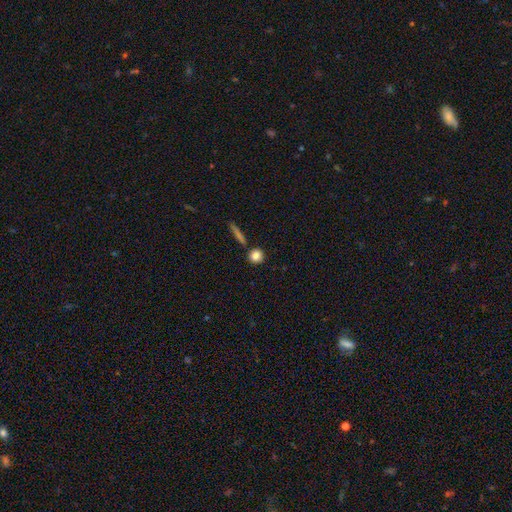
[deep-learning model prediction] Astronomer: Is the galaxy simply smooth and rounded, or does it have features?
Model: smooth — 83%.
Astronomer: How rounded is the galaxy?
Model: round — 89%.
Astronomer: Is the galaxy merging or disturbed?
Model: none — 81%.